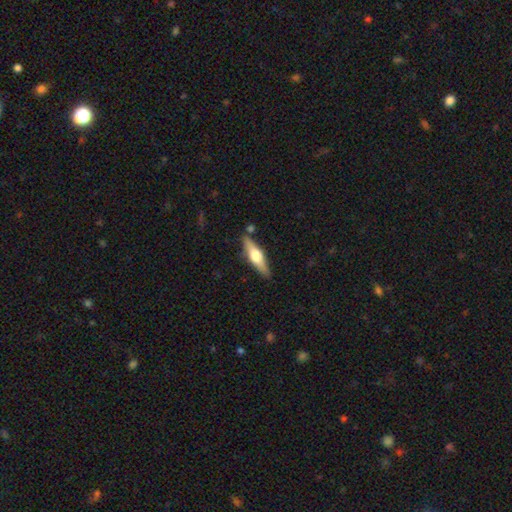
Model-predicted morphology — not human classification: Smooth or featured? featured or disk (57%)
Edge-on disk? yes (94%)
Edge-on bulge? rounded (94%)
Merging? none (82%)